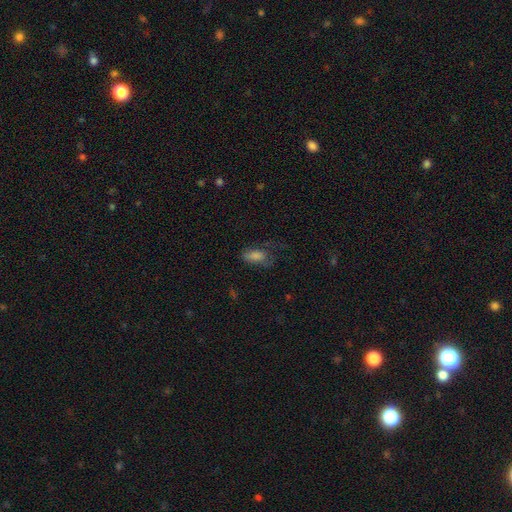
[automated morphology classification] smooth_or_featured: smooth (p=0.67) [alt: featured or disk p=0.18]
how_rounded: in between (p=0.86) [alt: cigar-shaped p=0.08]
merging: none (p=0.47) [alt: major disturbance p=0.26]